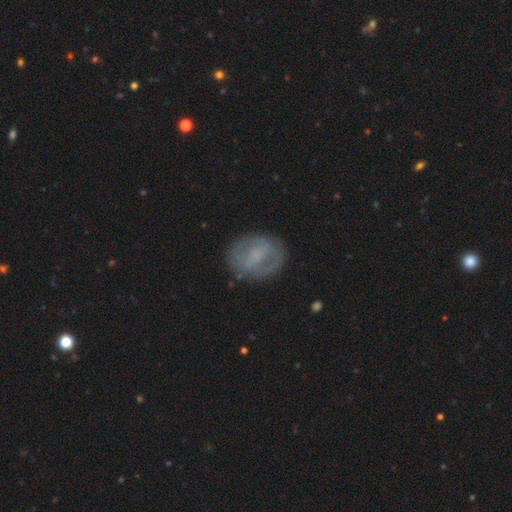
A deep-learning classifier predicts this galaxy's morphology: A smooth galaxy with no disk features (46%).

Vote fractions:
- Smooth or featured? smooth: 46% / featured or disk: 45% / star or artifact: 9%
- Merging? none: 75% / minor disturbance: 17% / major disturbance: 7% / merger: 1%